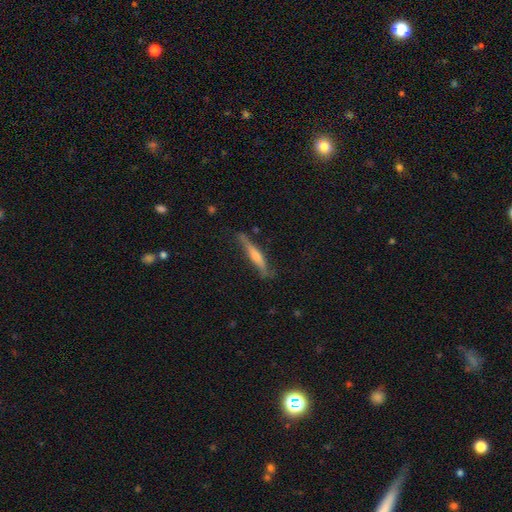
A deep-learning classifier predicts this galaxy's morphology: featured or disk 58%, smooth 35%, star or artifact 7%. Down the decision tree: edge-on disk — yes (94%); edge-on bulge — rounded (57%); merging — none (76%).